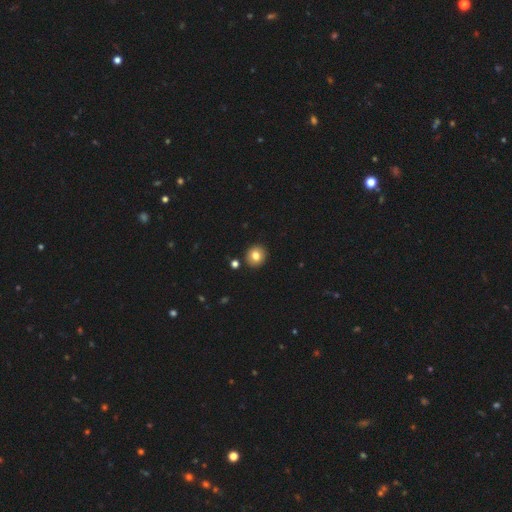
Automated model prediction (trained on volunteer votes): A smooth galaxy with no disk features (80%) that is round (86%). Merging: none (89%).